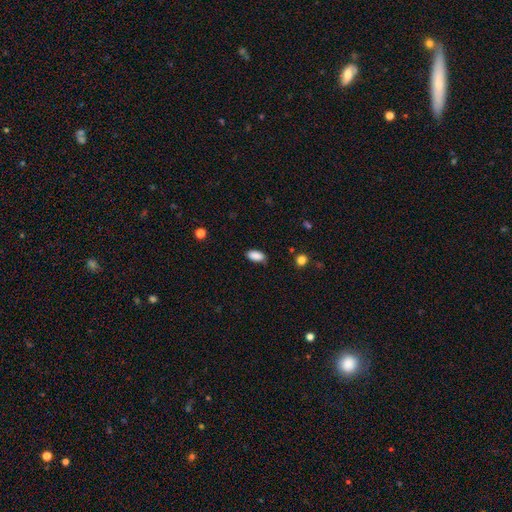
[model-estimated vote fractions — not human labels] Q: Smooth or featured?
A: smooth (88%); runner-up: star or artifact (8%)
Q: How rounded?
A: in between (91%); runner-up: cigar-shaped (6%)
Q: Merging?
A: none (79%); runner-up: minor disturbance (16%)